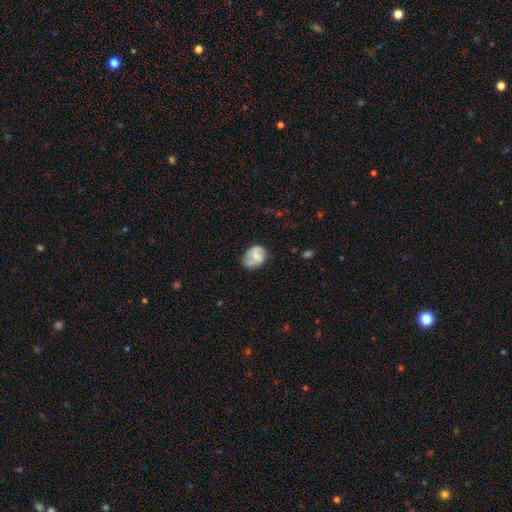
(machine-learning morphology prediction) Smooth or featured: featured or disk — 52% (smooth — 41%)
Edge-on disk: no — 97% (yes — 3%)
Bar: no — 53% (weak — 36%)
Spiral arms: yes — 68% (no — 32%)
Bulge size: small — 45% (moderate — 39%)
Merging: none — 60% (minor disturbance — 27%)